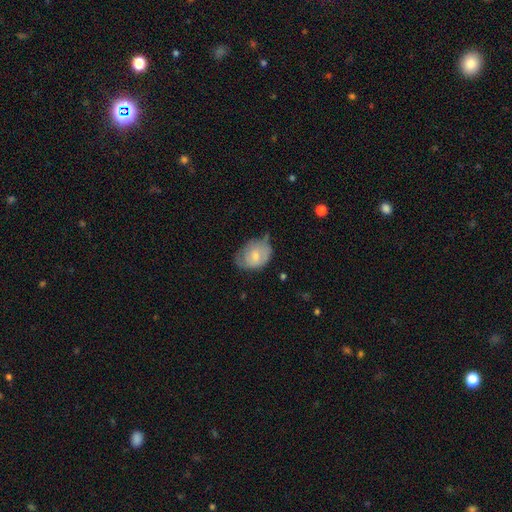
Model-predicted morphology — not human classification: This appears to be a smooth galaxy with no disk features (51%) that is in between round and cigar-shaped (66%). Merging: none (46%).